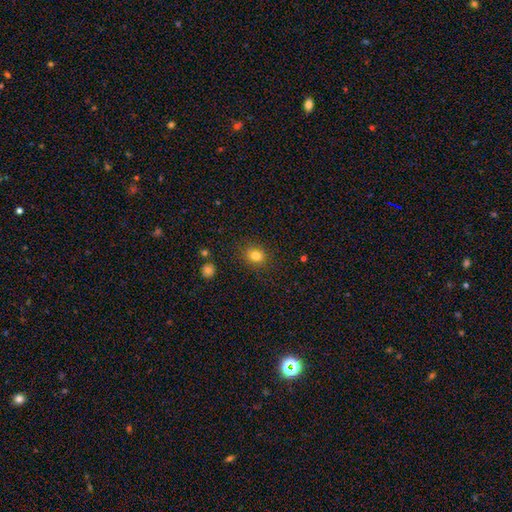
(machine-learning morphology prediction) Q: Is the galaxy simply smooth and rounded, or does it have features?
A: smooth — 81%.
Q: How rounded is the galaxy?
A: round — 73%.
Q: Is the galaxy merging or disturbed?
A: none — 87%.